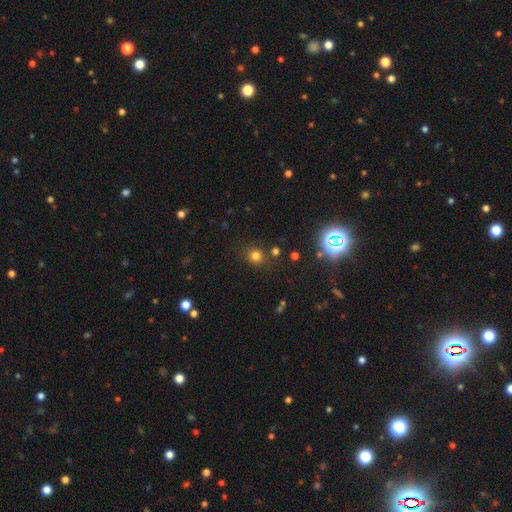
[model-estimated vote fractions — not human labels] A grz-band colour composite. It shows a smooth galaxy with no disk features (75%) that is round (85%). Merging: none (80%).